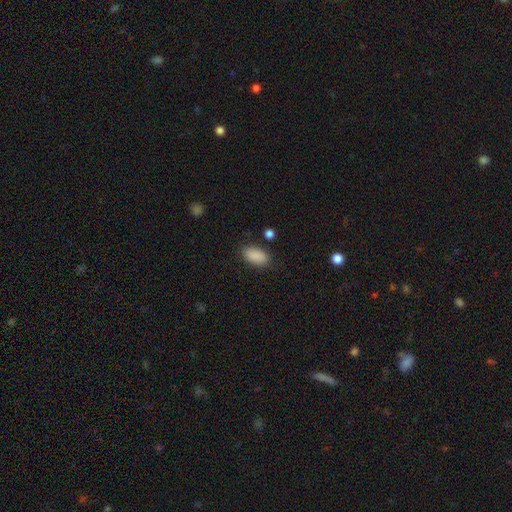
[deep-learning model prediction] The model was most divided on "merging": none: 84%, minor disturbance: 11%, major disturbance: 3%, merger: 2%. More confident: how rounded — in between (92%); smooth or featured — smooth (89%).